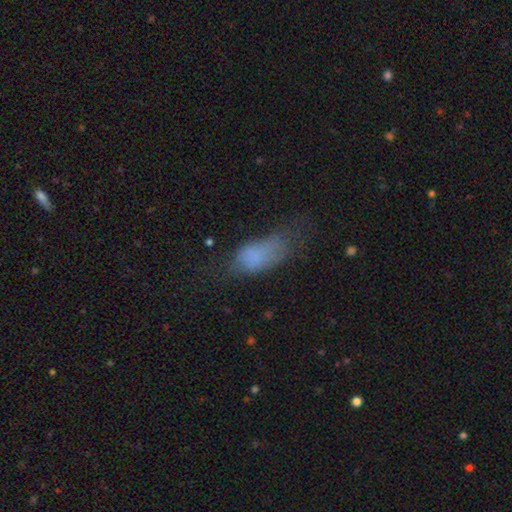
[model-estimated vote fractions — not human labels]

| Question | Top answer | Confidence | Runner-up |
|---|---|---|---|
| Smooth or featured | smooth | 70% | featured or disk (17%) |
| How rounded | in between | 83% | cigar-shaped (12%) |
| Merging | major disturbance | 40% | minor disturbance (30%) |